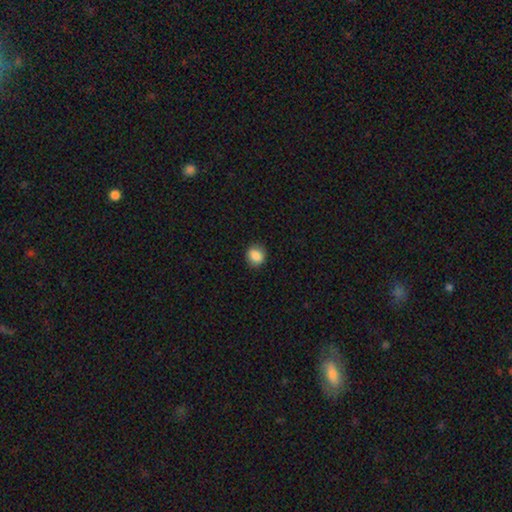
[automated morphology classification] smooth 86%, star or artifact 9%, featured or disk 5%. Down the decision tree: how rounded — round (66%); merging — none (86%).